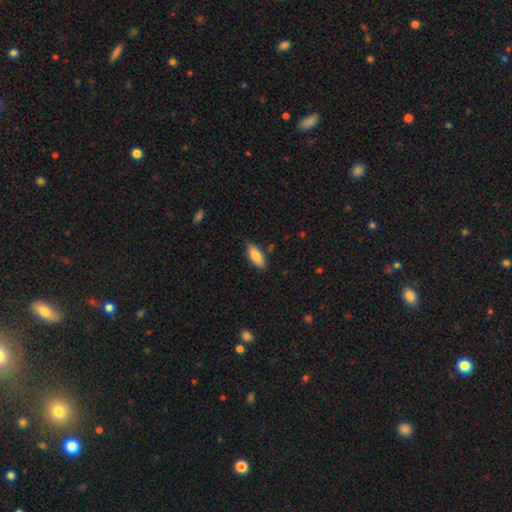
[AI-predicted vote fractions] Smooth or featured: smooth — 82% (featured or disk — 12%)
How rounded: in between — 83% (cigar-shaped — 15%)
Merging: none — 81% (minor disturbance — 15%)